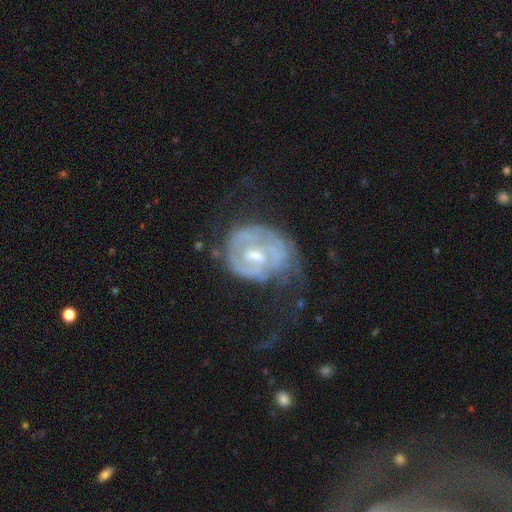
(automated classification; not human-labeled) featured or disk 79%, smooth 15%, star or artifact 6%. Down the decision tree: edge-on disk — no (97%); bar — weak (51%); spiral arms — yes (78%); spiral arm count — can't tell (41%); spiral winding — tight (60%); bulge size — moderate (51%); merging — none (44%).